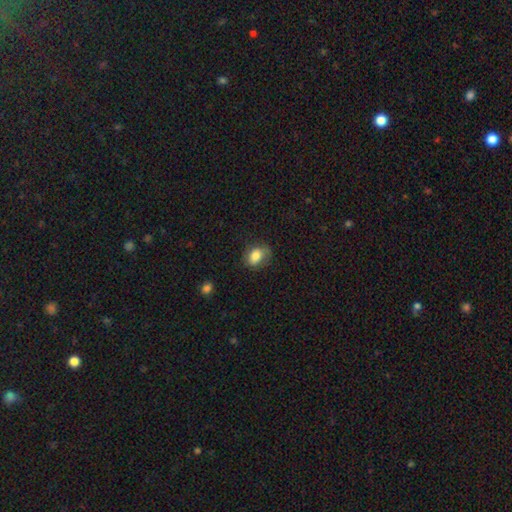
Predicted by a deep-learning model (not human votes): Smooth or featured? smooth (82%)
How rounded? in between (73%)
Merging? none (69%)